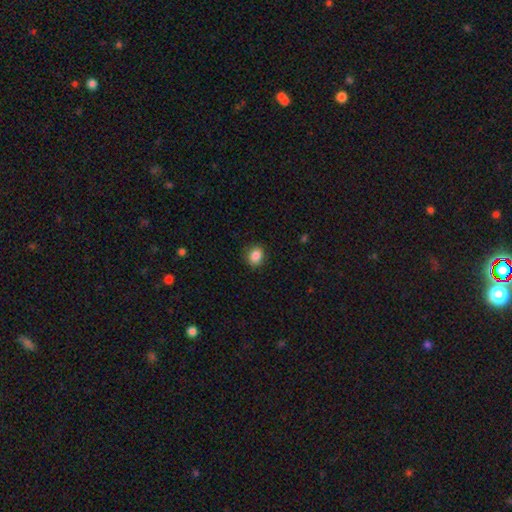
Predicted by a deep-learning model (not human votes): Smooth or featured?
  - smooth: 87% *
  - star or artifact: 9%
  - featured or disk: 4%
How rounded?
  - round: 65% *
  - in between: 34%
  - cigar-shaped: 1%
Merging?
  - none: 89% *
  - minor disturbance: 8%
  - major disturbance: 2%
  - merger: 1%